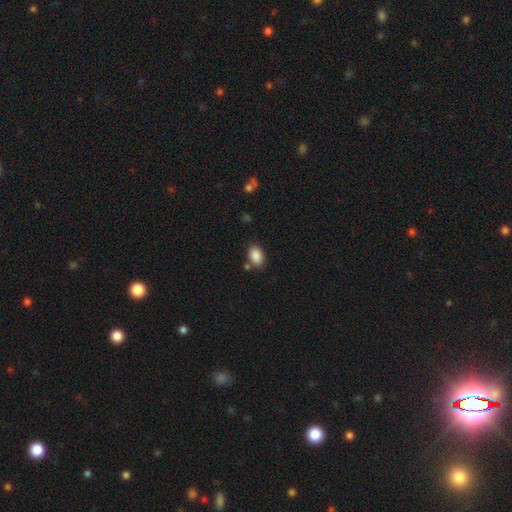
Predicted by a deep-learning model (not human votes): Q: Smooth or featured?
A: smooth (88%); runner-up: star or artifact (8%)
Q: How rounded?
A: in between (88%); runner-up: round (11%)
Q: Merging?
A: none (78%); runner-up: minor disturbance (12%)